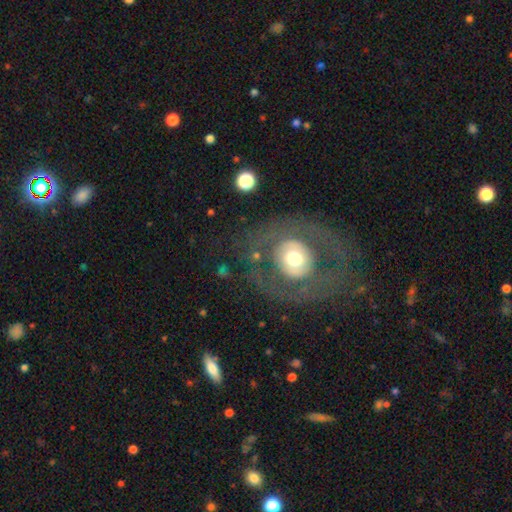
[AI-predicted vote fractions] smooth_or_featured: featured or disk (p=0.56) [alt: smooth p=0.35]
disk_edge_on: no (p=0.95) [alt: yes p=0.05]
bar: no (p=0.79) [alt: weak p=0.14]
has_spiral_arms: no (p=0.74) [alt: yes p=0.26]
bulge_size: moderate (p=0.62) [alt: large p=0.23]
merging: none (p=0.69) [alt: major disturbance p=0.16]